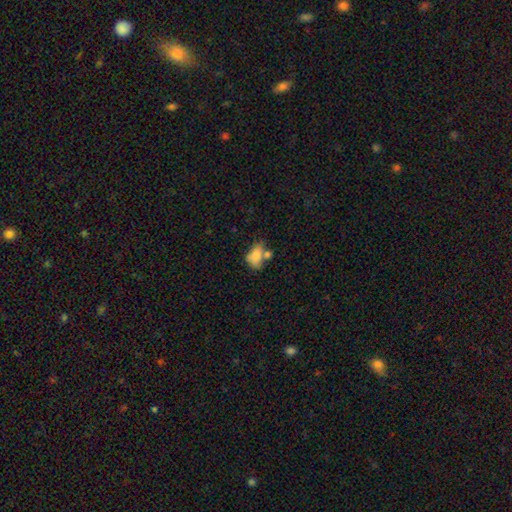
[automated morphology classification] Smooth or featured? Predicted: smooth (p=0.74). How rounded? Predicted: in between (p=0.80). Merging? Predicted: none (p=0.34).